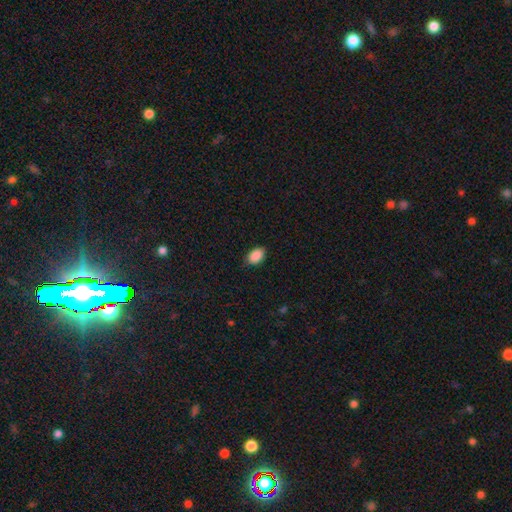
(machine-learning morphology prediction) Smooth or featured? smooth (90%)
How rounded? in between (87%)
Merging? none (82%)